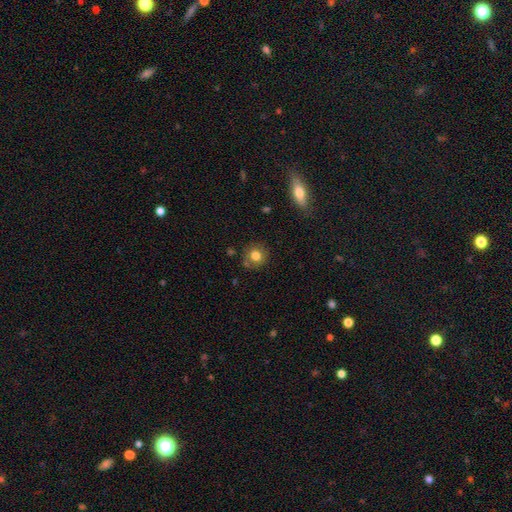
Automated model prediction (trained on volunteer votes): This is likely a smooth galaxy (79%). How rounded: clearly round (87%). Merging: likely none (79%).